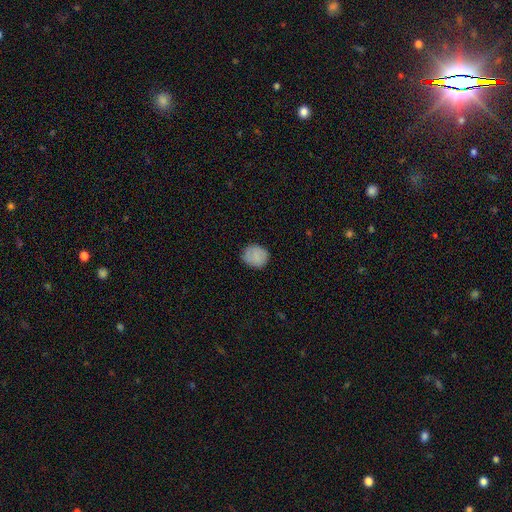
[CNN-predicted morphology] Overall: smooth (85%). How rounded: round (72%). Merging: none (83%).